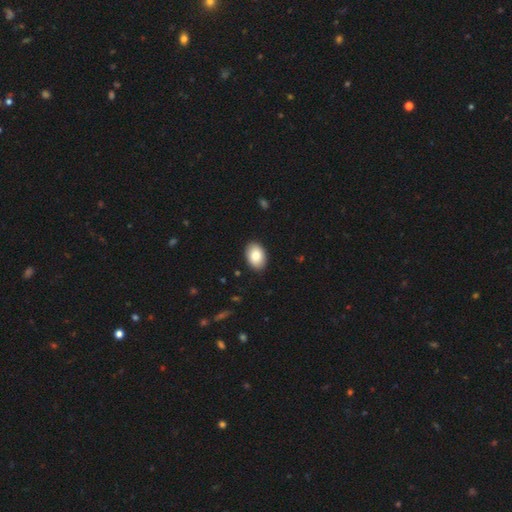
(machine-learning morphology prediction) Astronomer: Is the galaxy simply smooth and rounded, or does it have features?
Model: smooth — 84%.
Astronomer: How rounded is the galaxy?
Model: in between — 86%.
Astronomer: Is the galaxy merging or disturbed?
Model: none — 89%.